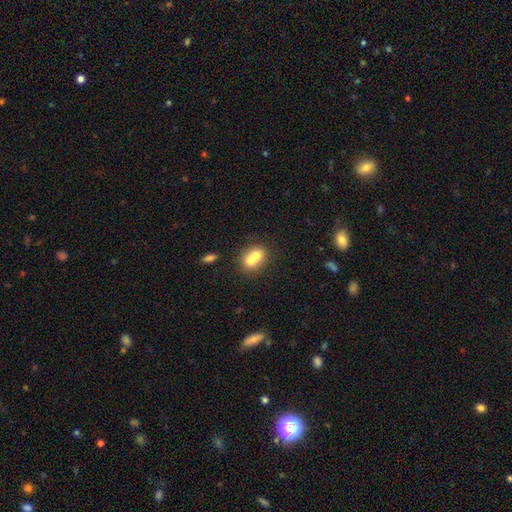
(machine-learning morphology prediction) smooth-or-featured: smooth: 68% | featured or disk: 23% | star or artifact: 9%
  how-rounded: round: 59% | in between: 40% | cigar-shaped: 1%
  merging: merger: 68% | none: 24% | minor disturbance: 6% | major disturbance: 3%